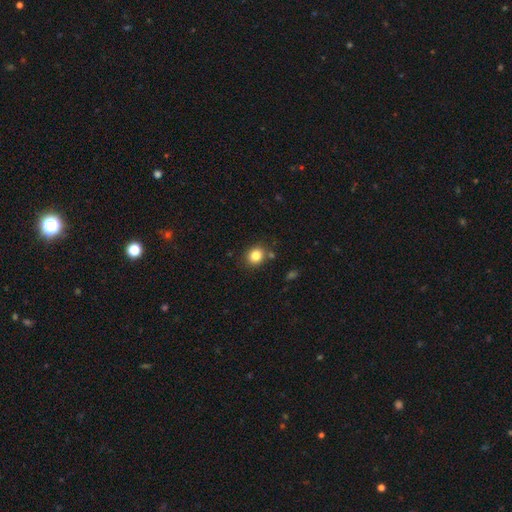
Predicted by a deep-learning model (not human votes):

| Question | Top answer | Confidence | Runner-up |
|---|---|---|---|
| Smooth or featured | smooth | 83% | star or artifact (11%) |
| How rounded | round | 80% | in between (19%) |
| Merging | none | 82% | minor disturbance (10%) |